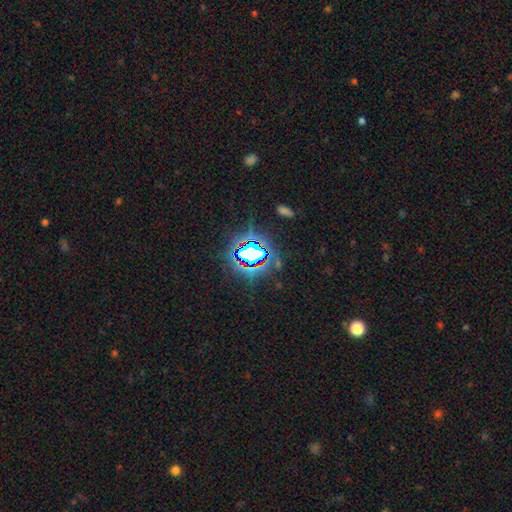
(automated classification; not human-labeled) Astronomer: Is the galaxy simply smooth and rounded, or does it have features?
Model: star or artifact — 76%.